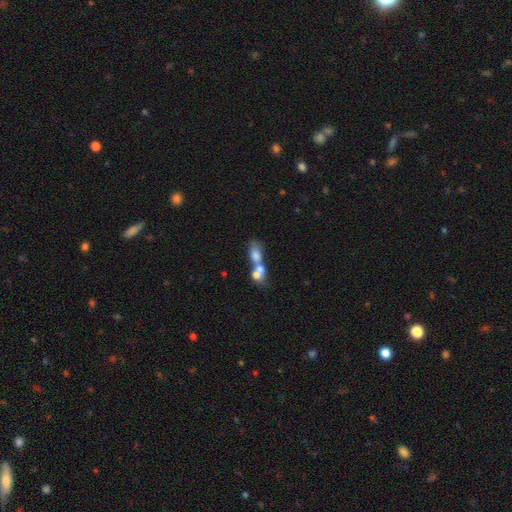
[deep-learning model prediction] This is likely a smooth galaxy (63%). How rounded: likely in between (62%). Merging: likely merger (71%).